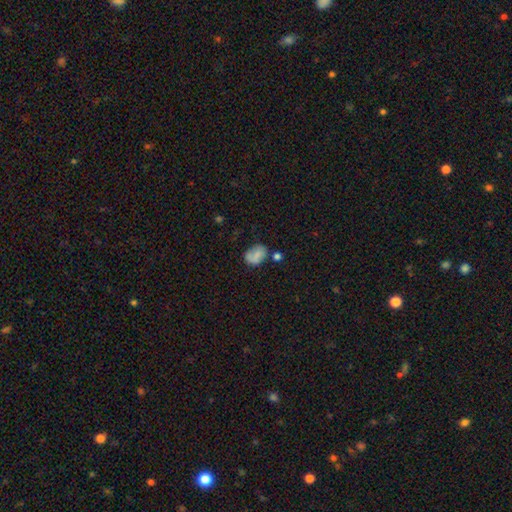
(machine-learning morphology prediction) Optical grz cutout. It shows a smooth galaxy with no disk features (70%) that is in between round and cigar-shaped (69%). Merging: none (52%).